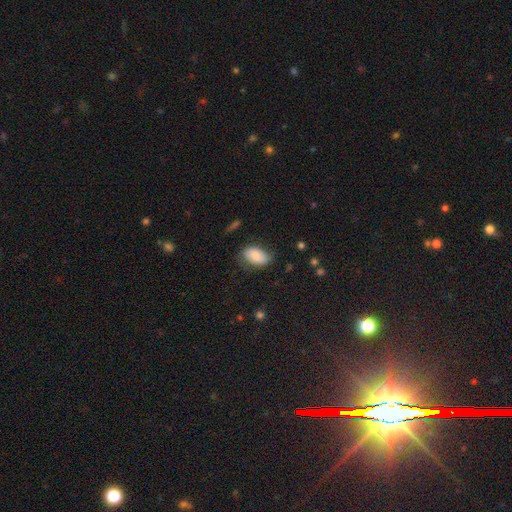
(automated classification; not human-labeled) smooth 74%, featured or disk 19%, star or artifact 7%. Down the decision tree: how rounded — in between (92%); merging — none (66%).